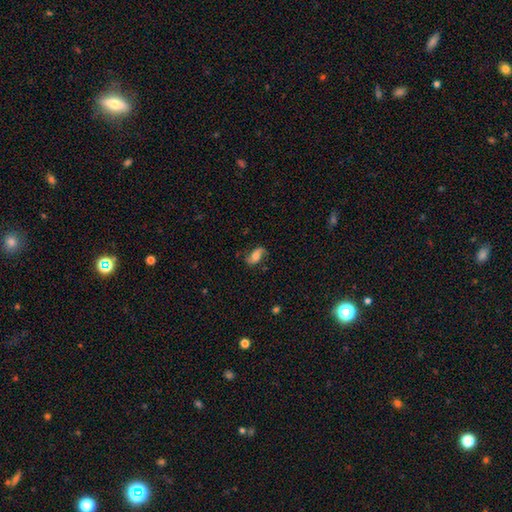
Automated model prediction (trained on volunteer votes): Smooth or featured? featured or disk (46%)
Merging? none (71%)